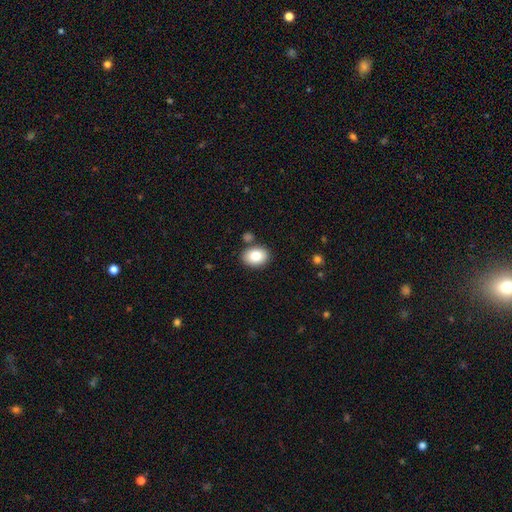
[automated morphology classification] smooth 84%, featured or disk 8%, star or artifact 8%. Down the decision tree: how rounded — in between (71%); merging — none (82%).